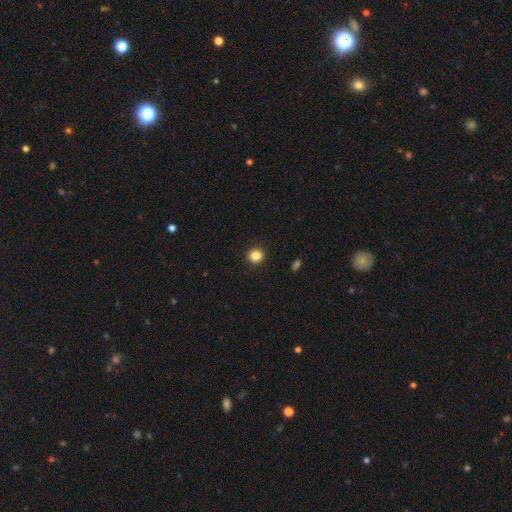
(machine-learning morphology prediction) Smooth or featured?
  - smooth: 85% *
  - star or artifact: 11%
  - featured or disk: 4%
How rounded?
  - round: 93% *
  - in between: 6%
  - cigar-shaped: 1%
Merging?
  - none: 93% *
  - minor disturbance: 5%
  - major disturbance: 2%
  - merger: 1%